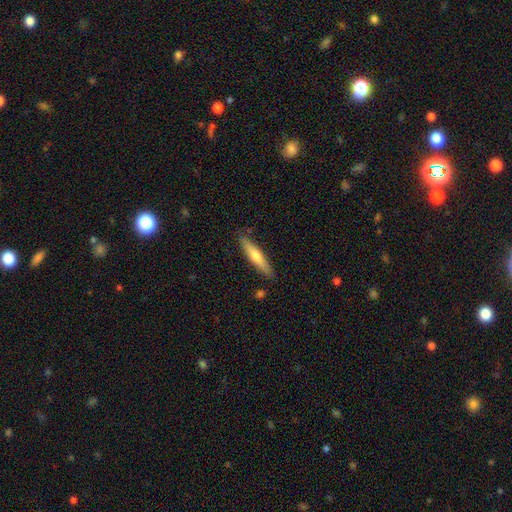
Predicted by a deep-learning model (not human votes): Smooth or featured? Predicted: smooth (p=0.55). How rounded? Predicted: cigar-shaped (p=0.88). Merging? Predicted: none (p=0.87).